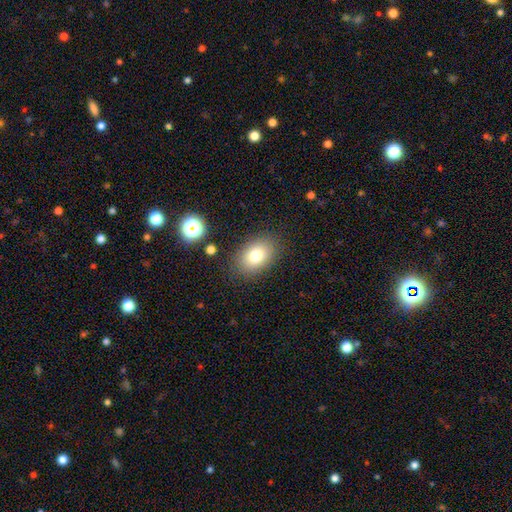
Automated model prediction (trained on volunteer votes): Smooth or featured?
  - smooth: 79% *
  - featured or disk: 11%
  - star or artifact: 11%
How rounded?
  - in between: 81% *
  - round: 18%
  - cigar-shaped: 1%
Merging?
  - none: 84% *
  - minor disturbance: 10%
  - major disturbance: 4%
  - merger: 2%